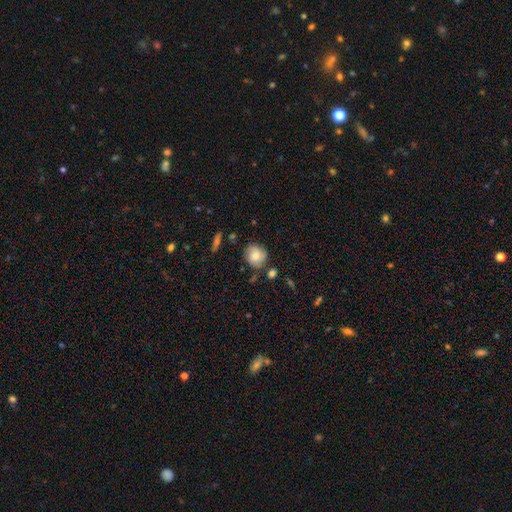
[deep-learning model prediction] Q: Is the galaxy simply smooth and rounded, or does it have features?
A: smooth — 66%.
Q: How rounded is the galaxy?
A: round — 83%.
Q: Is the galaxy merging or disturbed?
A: none — 73%.